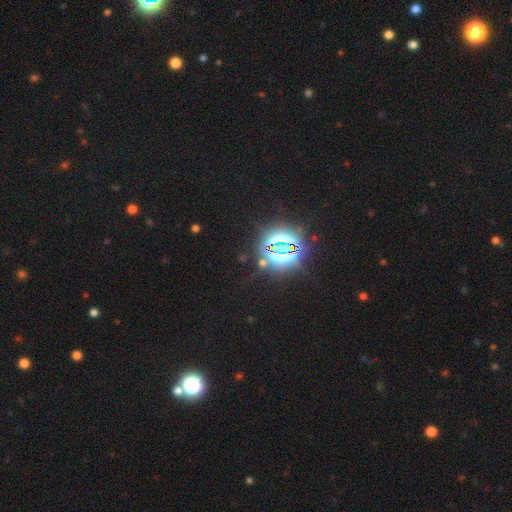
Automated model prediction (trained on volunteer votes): This appears to be a star or artifact, not a galaxy (84%).